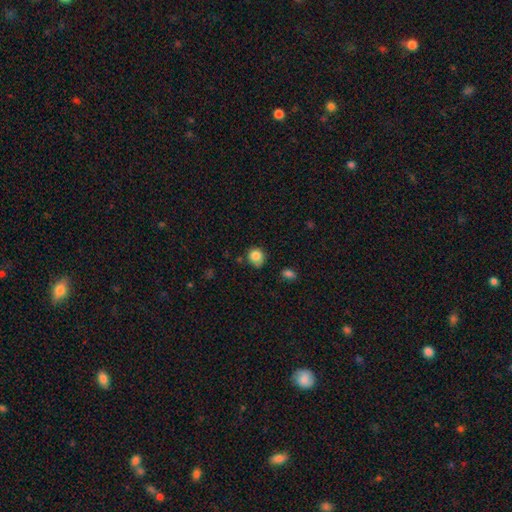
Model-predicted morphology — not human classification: This is clearly a smooth galaxy (84%). How rounded: clearly round (83%). Merging: likely none (63%).